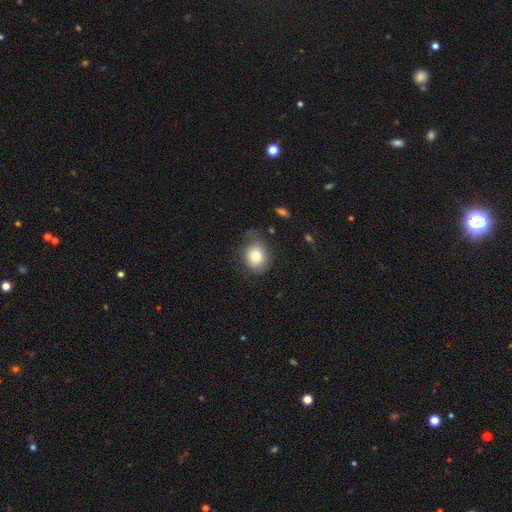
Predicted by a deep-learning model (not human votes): Smooth or featured: smooth — 79% (featured or disk — 12%)
How rounded: round — 64% (in between — 36%)
Merging: none — 62% (minor disturbance — 26%)